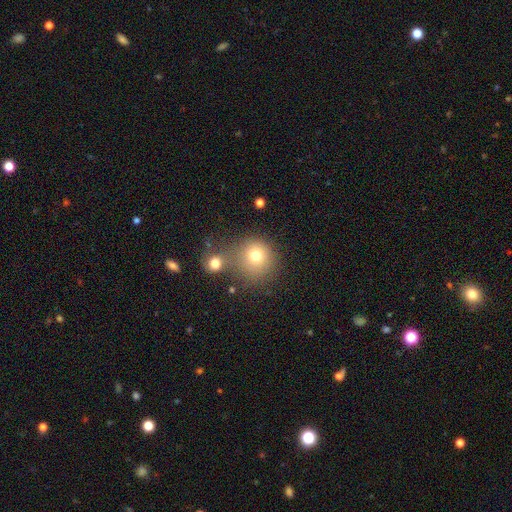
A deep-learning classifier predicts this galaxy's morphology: Smooth or featured: smooth — 75% (star or artifact — 13%)
How rounded: round — 91% (in between — 8%)
Merging: none — 53% (merger — 32%)